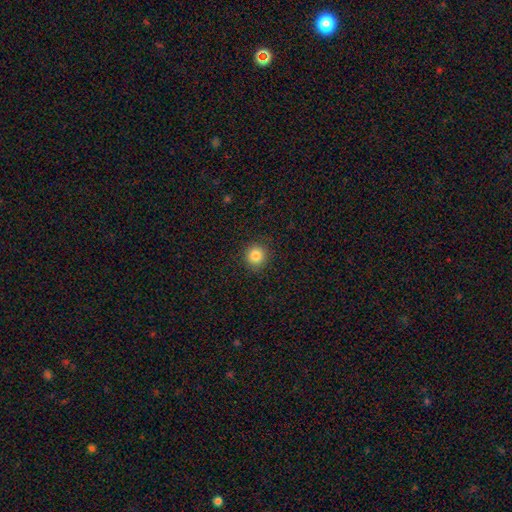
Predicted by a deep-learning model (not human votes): smooth-or-featured: smooth: 84% | star or artifact: 11% | featured or disk: 5%
  how-rounded: round: 91% | in between: 8% | cigar-shaped: 1%
  merging: none: 91% | minor disturbance: 6% | major disturbance: 2% | merger: 1%